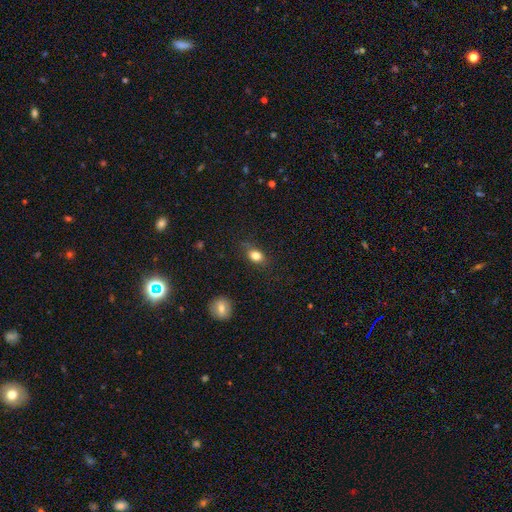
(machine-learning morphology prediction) A smooth galaxy with no disk features (82%) that is in between round and cigar-shaped (70%).

Vote fractions:
- Smooth or featured? smooth: 82% / star or artifact: 10% / featured or disk: 8%
- How rounded? in between: 70% / round: 27% / cigar-shaped: 3%
- Merging? none: 77% / minor disturbance: 17% / major disturbance: 5% / merger: 1%